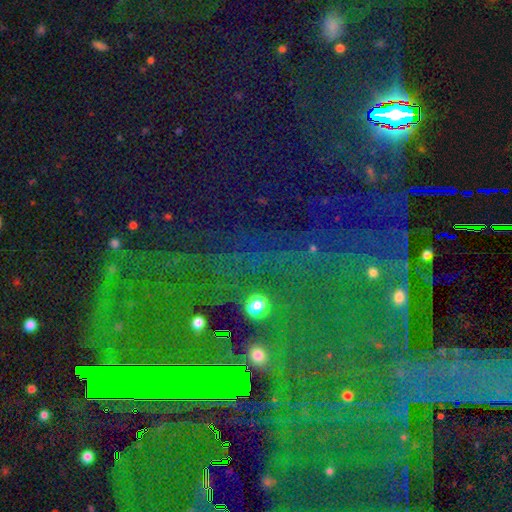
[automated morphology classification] Smooth or featured: star or artifact — 85% (smooth — 8%)